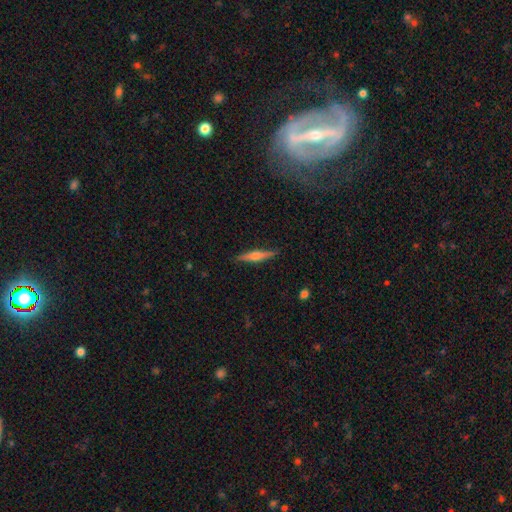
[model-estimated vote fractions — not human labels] The model was most divided on "smooth or featured": featured or disk: 62%, smooth: 31%, star or artifact: 6%. More confident: edge-on disk — yes (97%); merging — none (88%); edge-on bulge — rounded (84%).